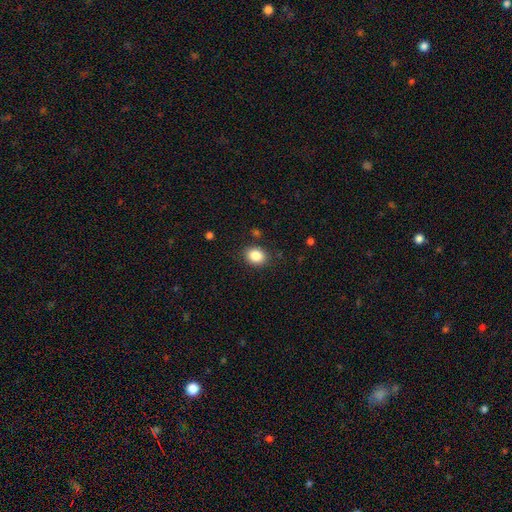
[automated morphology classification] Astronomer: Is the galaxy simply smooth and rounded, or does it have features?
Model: smooth — 86%.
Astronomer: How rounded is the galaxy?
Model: in between — 55% (runner-up: round, 44%).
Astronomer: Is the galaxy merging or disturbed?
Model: none — 85%.